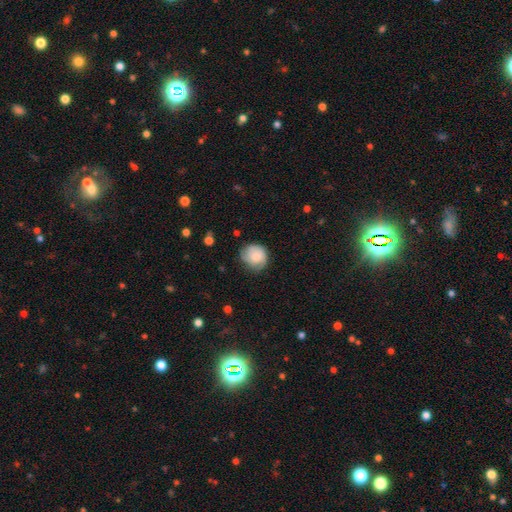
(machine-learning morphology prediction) Smooth or featured? Predicted: smooth (p=0.65). How rounded? Predicted: round (p=0.81). Merging? Predicted: none (p=0.64).